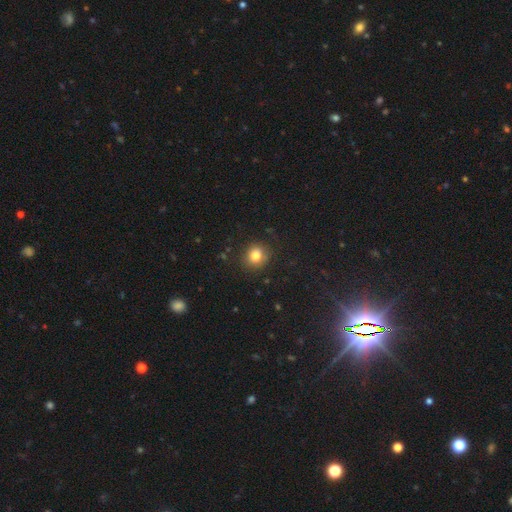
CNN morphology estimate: smooth 80%, star or artifact 12%, featured or disk 8%. Down the decision tree: how rounded — round (75%); merging — none (83%).